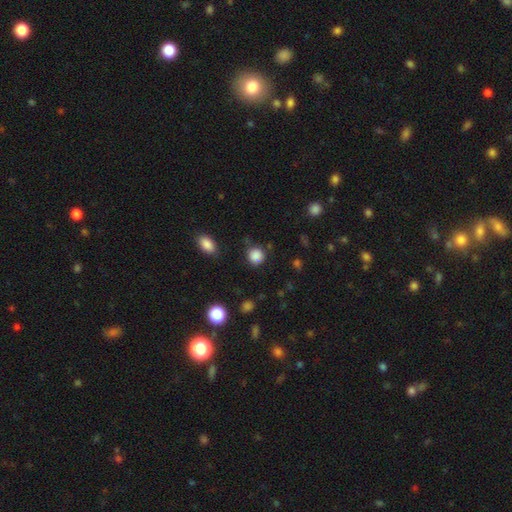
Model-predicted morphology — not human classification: Overall: smooth (86%). How rounded: round (87%). Merging: none (79%).